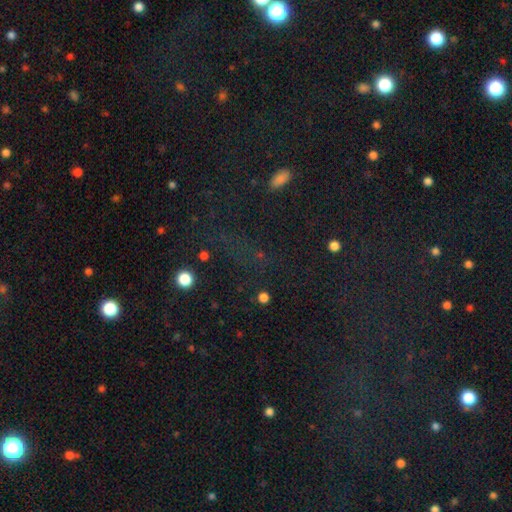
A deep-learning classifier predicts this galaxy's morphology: smooth_or_featured: star or artifact (p=0.64) [alt: smooth p=0.25]